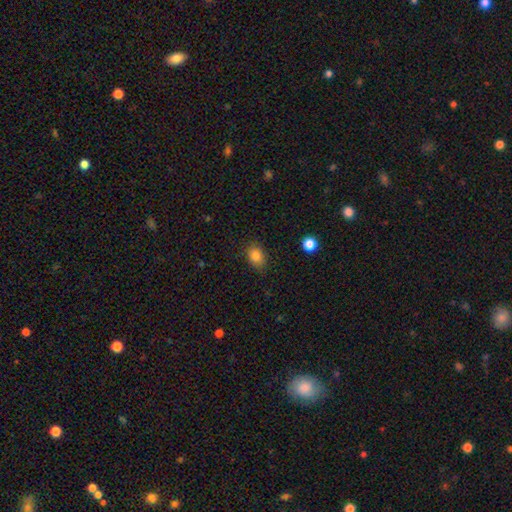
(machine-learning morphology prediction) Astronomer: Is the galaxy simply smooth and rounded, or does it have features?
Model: smooth — 83%.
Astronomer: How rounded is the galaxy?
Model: in between — 70%.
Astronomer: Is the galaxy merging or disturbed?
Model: none — 81%.